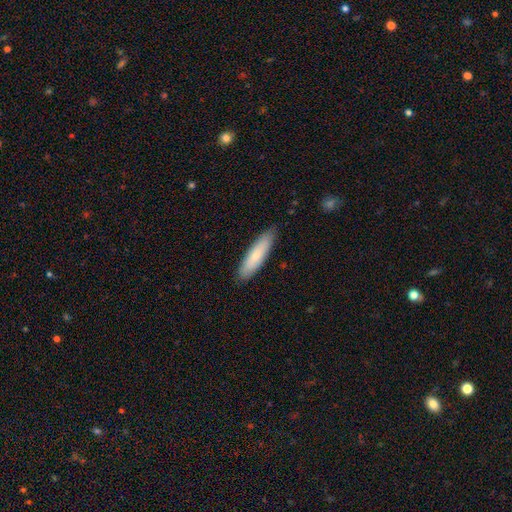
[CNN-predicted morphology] smooth_or_featured: smooth (p=0.76) [alt: featured or disk p=0.18]
how_rounded: cigar-shaped (p=0.72) [alt: in between p=0.27]
merging: none (p=0.86) [alt: minor disturbance p=0.11]